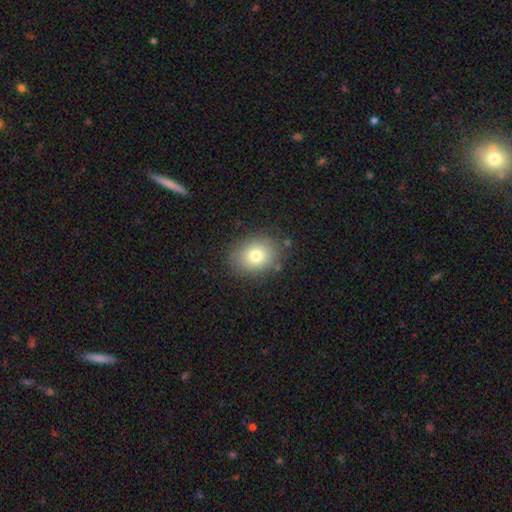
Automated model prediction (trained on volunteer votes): Smooth or featured?
  - smooth: 78% *
  - featured or disk: 12%
  - star or artifact: 11%
How rounded?
  - in between: 50% *
  - round: 49%
  - cigar-shaped: 1%
Merging?
  - none: 84% *
  - minor disturbance: 11%
  - major disturbance: 4%
  - merger: 2%